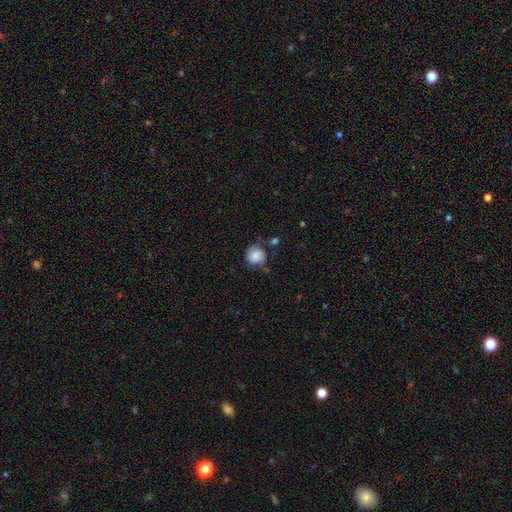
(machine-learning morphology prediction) Smooth or featured? Predicted: smooth (p=0.72). How rounded? Predicted: round (p=0.85). Merging? Predicted: none (p=0.60).